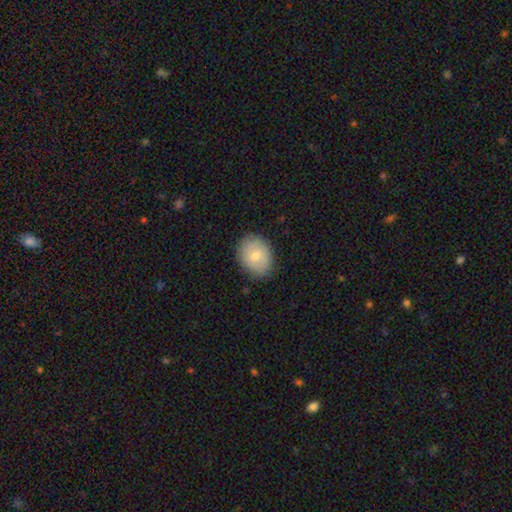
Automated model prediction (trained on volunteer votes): Smooth or featured? smooth (73%)
How rounded? in between (51%)
Merging? none (82%)